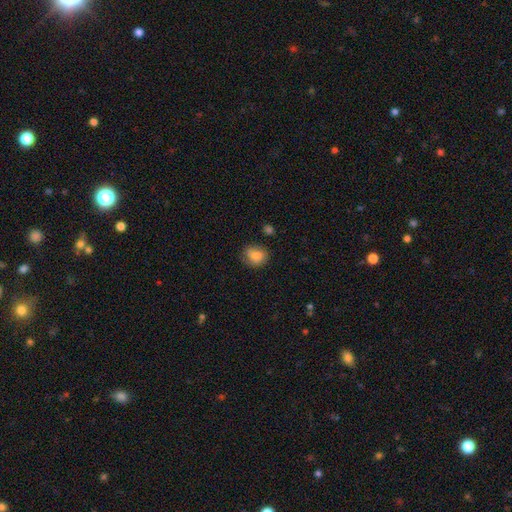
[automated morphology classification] smooth_or_featured: smooth (p=0.83) [alt: star or artifact p=0.09]
how_rounded: round (p=0.52) [alt: in between p=0.47]
merging: none (p=0.67) [alt: minor disturbance p=0.24]